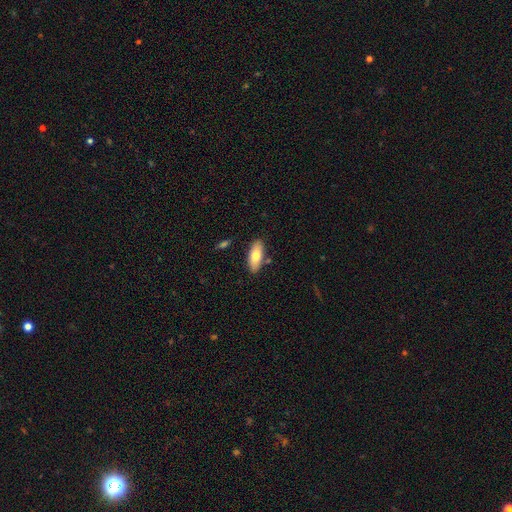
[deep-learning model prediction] Q: Smooth or featured?
A: smooth (77%); runner-up: featured or disk (17%)
Q: How rounded?
A: in between (81%); runner-up: cigar-shaped (17%)
Q: Merging?
A: none (83%); runner-up: minor disturbance (11%)